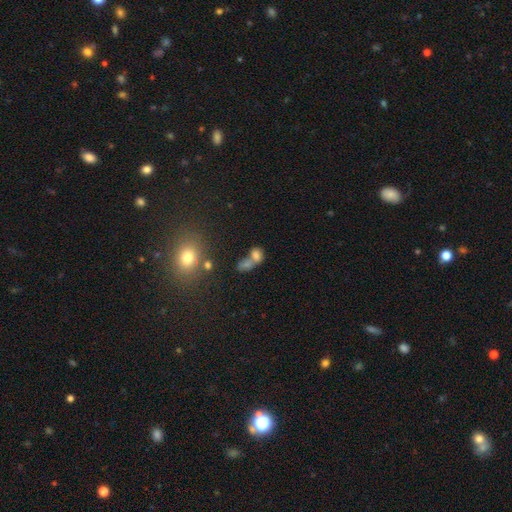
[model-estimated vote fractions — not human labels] Smooth or featured? Predicted: smooth (p=0.70). How rounded? Predicted: in between (p=0.58). Merging? Predicted: merger (p=0.60).